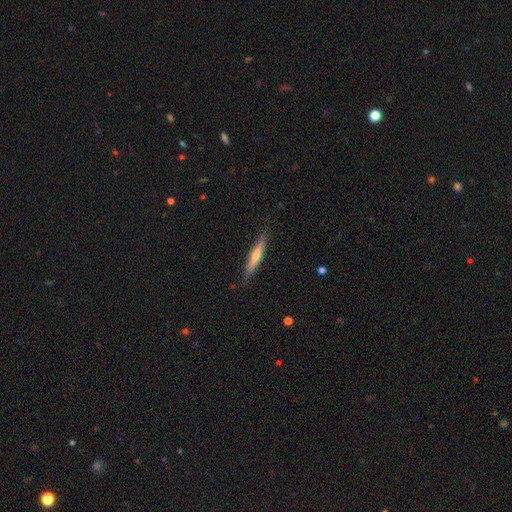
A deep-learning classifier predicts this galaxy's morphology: Smooth or featured? Predicted: featured or disk (p=0.51). Edge-on disk? Predicted: yes (p=0.96). Merging? Predicted: none (p=0.88).